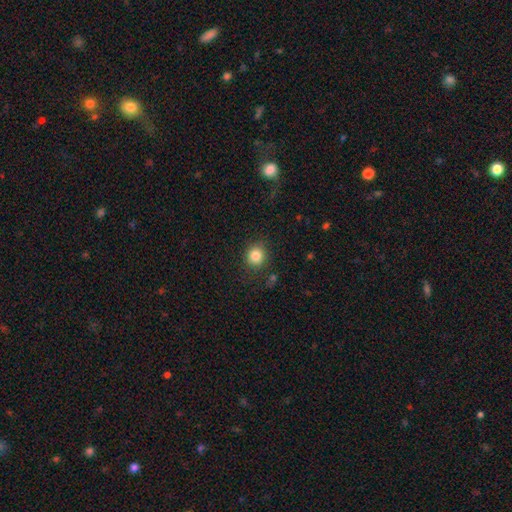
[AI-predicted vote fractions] A smooth galaxy with no disk features (84%) that is round (86%).

Vote fractions:
- Smooth or featured? smooth: 84% / star or artifact: 11% / featured or disk: 5%
- How rounded? round: 86% / in between: 13% / cigar-shaped: 1%
- Merging? none: 83% / minor disturbance: 11% / major disturbance: 4% / merger: 2%